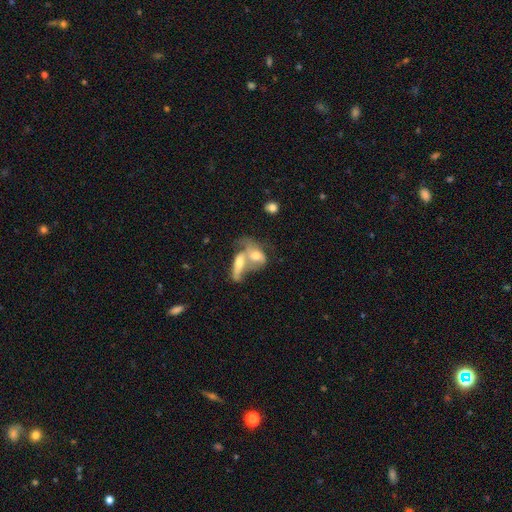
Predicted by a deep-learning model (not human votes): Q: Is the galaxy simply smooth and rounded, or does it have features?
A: smooth — 49%.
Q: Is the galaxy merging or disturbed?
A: merger — 76%.